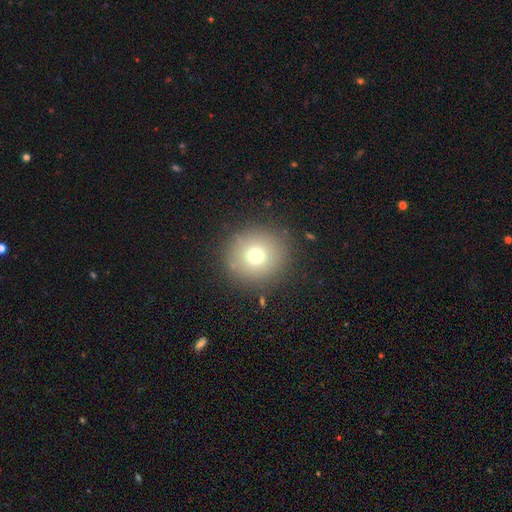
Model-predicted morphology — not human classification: A smooth galaxy with no disk features (73%) that is round (93%). Merging: none (87%).